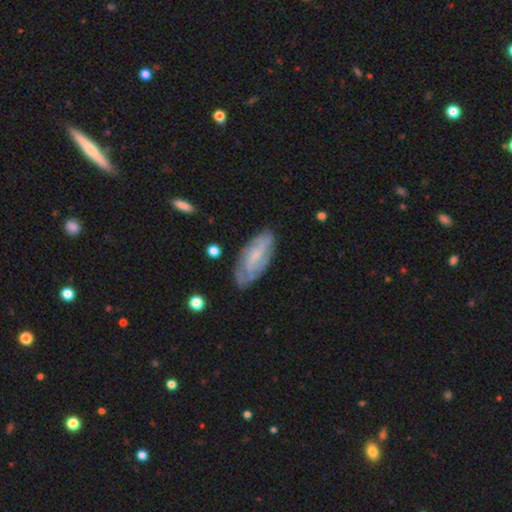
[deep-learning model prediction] Smooth or featured? featured or disk (60%)
Edge-on disk? no (88%)
Bar? no (44%)
Spiral arms? yes (77%)
Bulge size? small (42%)
Merging? none (66%)